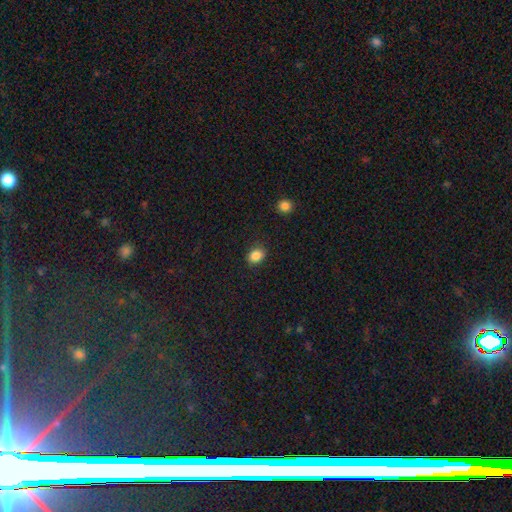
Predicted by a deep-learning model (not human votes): Morphology: type=smooth (86%); roundness=in between (56%); merging=none (86%).